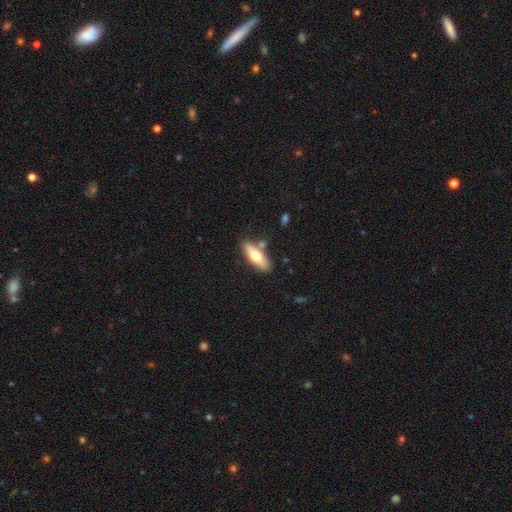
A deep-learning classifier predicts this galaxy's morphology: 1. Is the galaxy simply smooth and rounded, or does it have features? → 63% smooth, 31% featured or disk, 6% star or artifact.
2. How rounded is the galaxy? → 59% in between, 39% cigar-shaped, 3% round.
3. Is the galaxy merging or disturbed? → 78% none, 12% minor disturbance, 8% merger, 3% major disturbance.